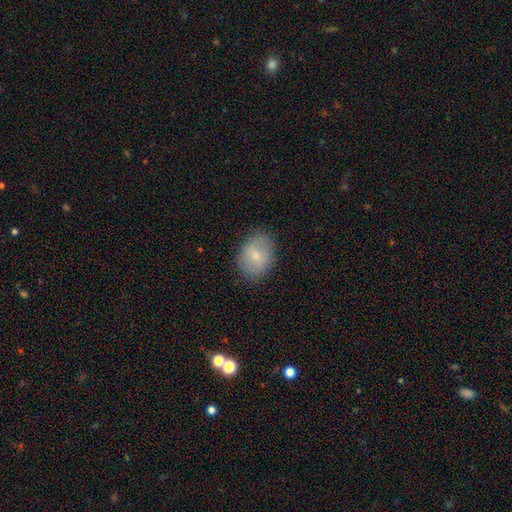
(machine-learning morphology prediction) type=smooth (70%); roundness=in between (66%); merging=none (81%).